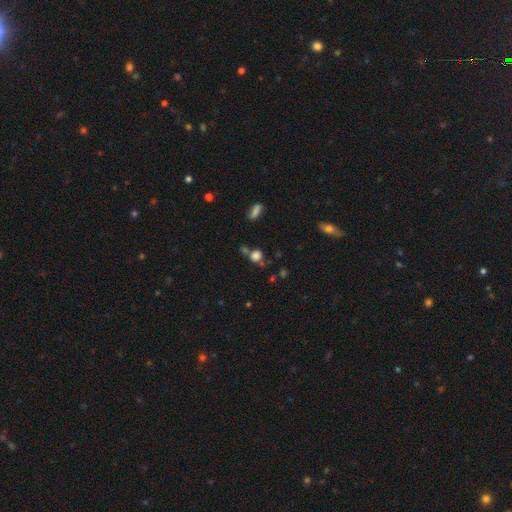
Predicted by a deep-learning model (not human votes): smooth 75%, star or artifact 17%, featured or disk 8%. Down the decision tree: how rounded — round (75%); merging — none (54%).